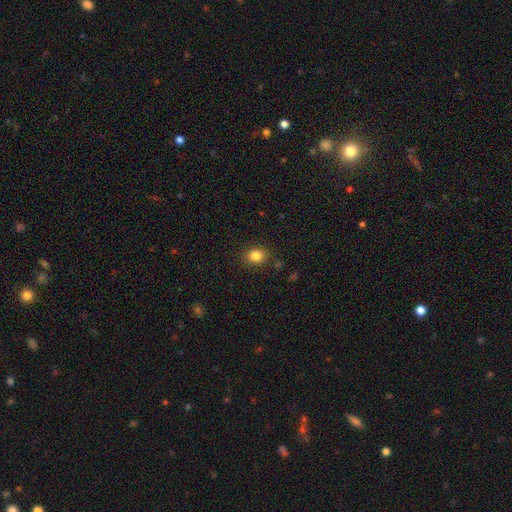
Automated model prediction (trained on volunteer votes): Smooth or featured?
  - smooth: 84% *
  - star or artifact: 11%
  - featured or disk: 5%
How rounded?
  - round: 65% *
  - in between: 34%
  - cigar-shaped: 1%
Merging?
  - none: 87% *
  - minor disturbance: 9%
  - major disturbance: 3%
  - merger: 2%